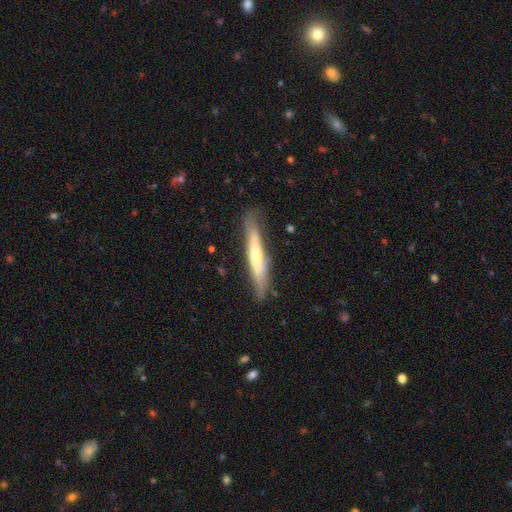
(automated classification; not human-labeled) This appears to be a smooth galaxy with no disk features (49%). Merging: none (78%).